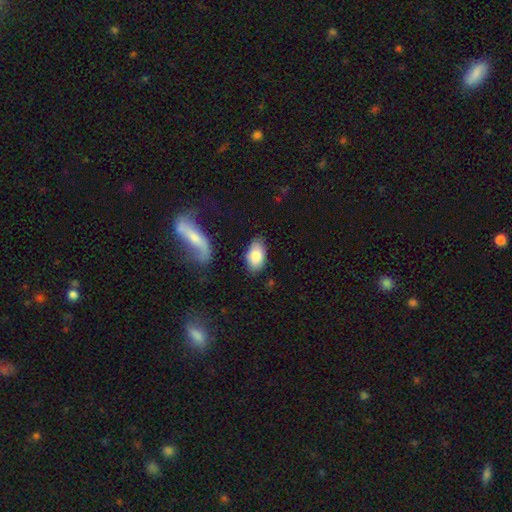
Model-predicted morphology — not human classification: Q: Smooth or featured?
A: smooth (81%); runner-up: featured or disk (13%)
Q: How rounded?
A: in between (93%); runner-up: round (4%)
Q: Merging?
A: none (79%); runner-up: minor disturbance (15%)